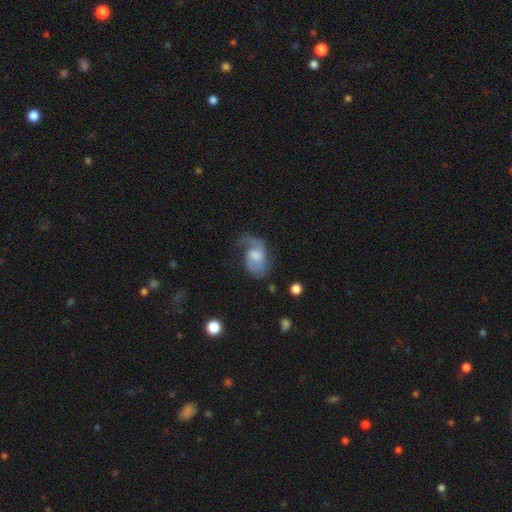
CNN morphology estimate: A featured or disk galaxy (70%) with a weak bar (47%), 2 (59%) loose (48%) spiral arms (89%) and a moderate central bulge (41%).

Vote fractions:
- Smooth or featured? featured or disk: 70% / smooth: 23% / star or artifact: 7%
- Edge-on disk? no: 97% / yes: 3%
- Bar? weak: 47% / no: 43% / strong: 10%
- Spiral arms? yes: 89% / no: 11%
- Spiral winding? loose: 48% / medium: 40% / tight: 12%
- Spiral arm count? 2: 59% / 1: 32% / can't tell: 6% / 3: 1% / 4: 1% / more than 4: 1%
- Bulge size? moderate: 41% / small: 26% / none: 16% / large: 15% / dominant: 2%
- Merging? none: 40% / major disturbance: 32% / minor disturbance: 24% / merger: 3%